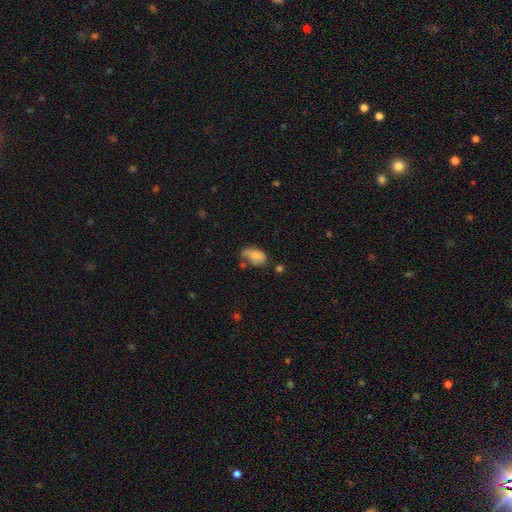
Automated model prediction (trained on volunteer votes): Overall: smooth (71%). How rounded: in between (89%). Merging: none (36%; minor disturbance 33%).